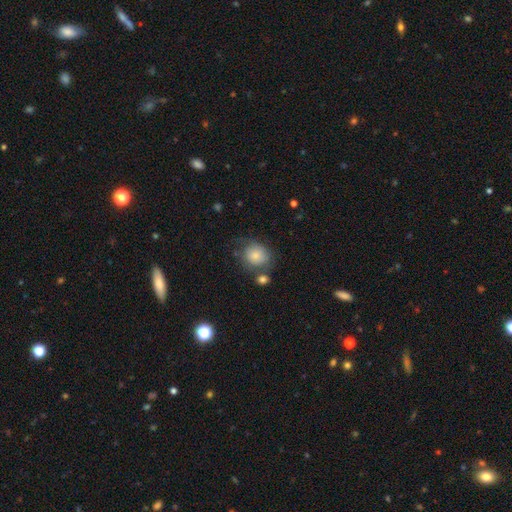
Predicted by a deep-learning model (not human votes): smooth 80%, featured or disk 11%, star or artifact 8%. Down the decision tree: how rounded — round (70%); merging — none (55%).